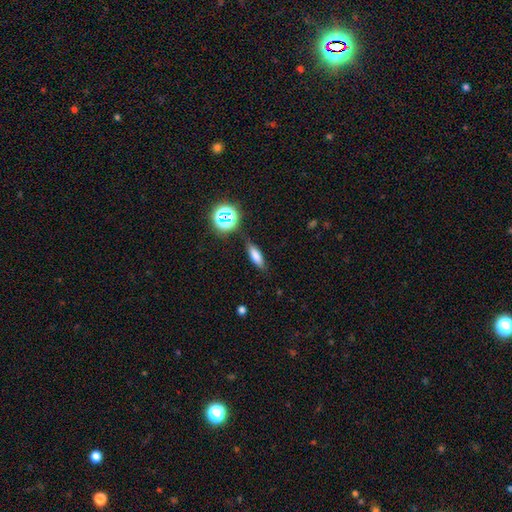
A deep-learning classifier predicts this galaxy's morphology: smooth_or_featured: smooth (p=0.73) [alt: star or artifact p=0.15]
how_rounded: in between (p=0.48) [alt: cigar-shaped p=0.46]
merging: none (p=0.81) [alt: minor disturbance p=0.12]